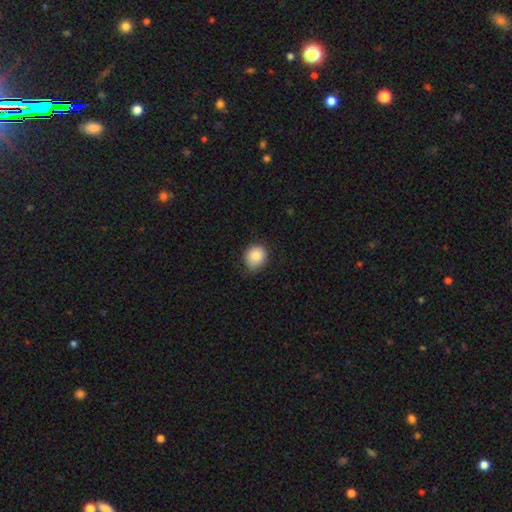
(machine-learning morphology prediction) A smooth galaxy with no disk features (85%) that is round (75%).

Vote fractions:
- Smooth or featured? smooth: 85% / star or artifact: 8% / featured or disk: 6%
- How rounded? round: 75% / in between: 24% / cigar-shaped: 1%
- Merging? none: 73% / minor disturbance: 23% / major disturbance: 4% / merger: 1%